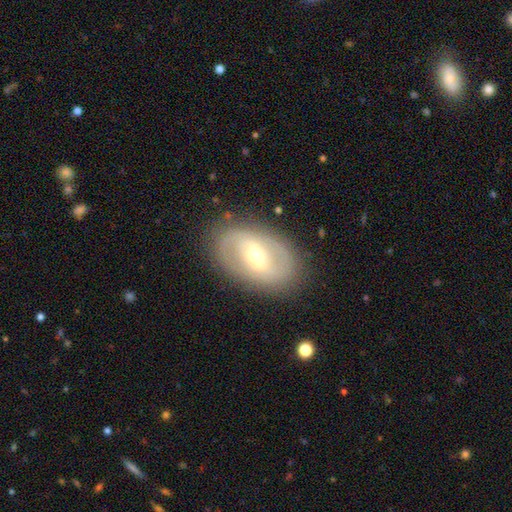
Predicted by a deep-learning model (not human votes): Smooth or featured: featured or disk — 72% (smooth — 21%)
Edge-on disk: no — 94% (yes — 6%)
Bar: weak — 45% (strong — 32%)
Spiral arms: yes — 69% (no — 31%)
Bulge size: moderate — 52% (small — 43%)
Merging: none — 83% (minor disturbance — 11%)